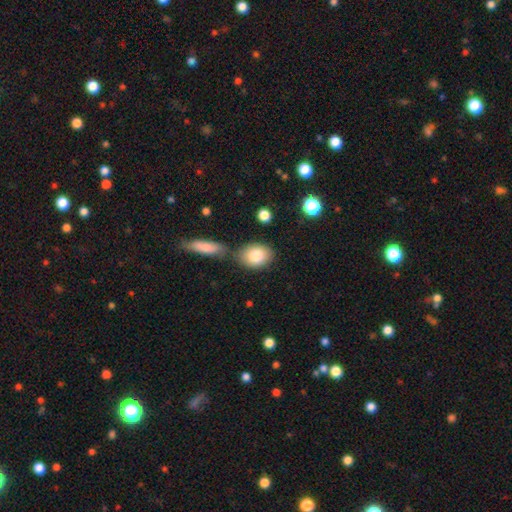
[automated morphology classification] type=smooth (81%); roundness=in between (73%); merging=none (69%).